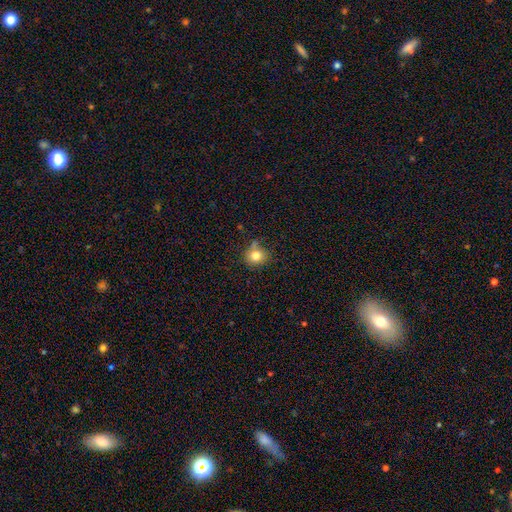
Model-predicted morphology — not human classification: Smooth or featured? Predicted: smooth (p=0.80). How rounded? Predicted: round (p=0.81). Merging? Predicted: none (p=0.69).